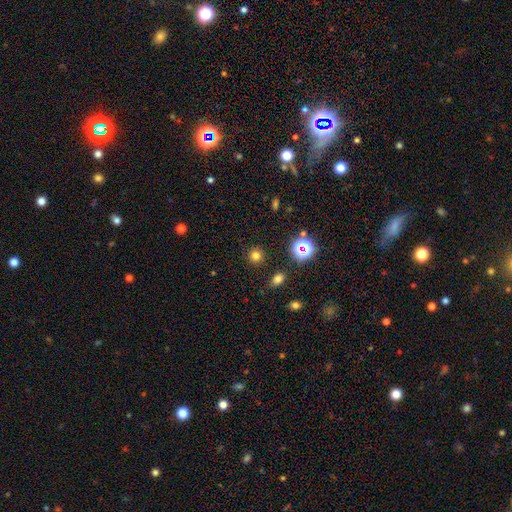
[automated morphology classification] This is likely a smooth galaxy (74%). How rounded: clearly round (92%). Merging: clearly none (89%).